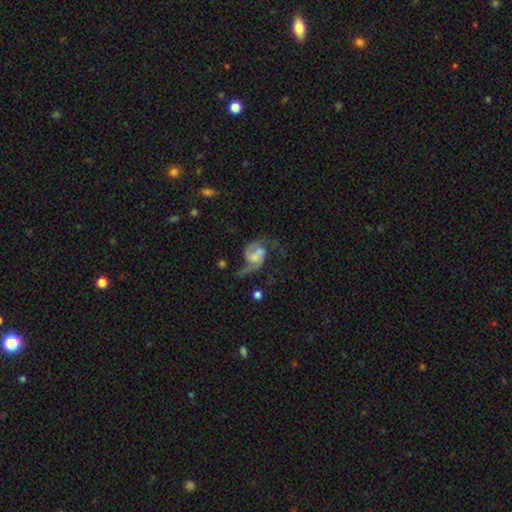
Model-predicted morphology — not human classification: Smooth or featured: featured or disk — 81% (smooth — 12%)
Edge-on disk: no — 98% (yes — 2%)
Bar: no — 55% (weak — 35%)
Spiral arms: yes — 93% (no — 7%)
Spiral winding: loose — 53% (medium — 38%)
Spiral arm count: 2 — 88% (1 — 4%)
Bulge size: small — 38% (moderate — 31%)
Merging: none — 44% (major disturbance — 27%)